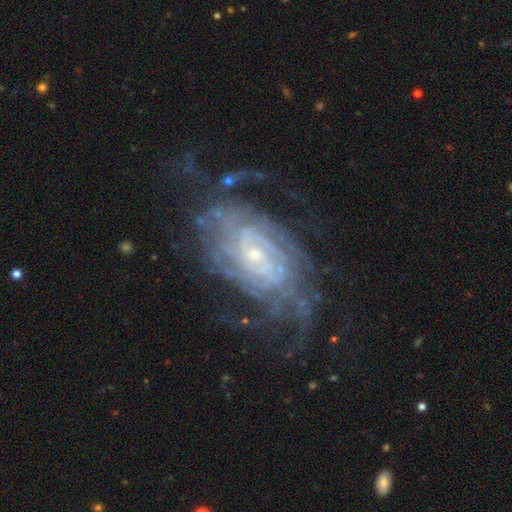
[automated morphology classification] Smooth or featured? featured or disk (87%)
Edge-on disk? no (95%)
Bar? no (57%)
Spiral arms? yes (94%)
Spiral winding? tight (69%)
Spiral arm count? can't tell (41%)
Bulge size? small (73%)
Merging? none (64%)